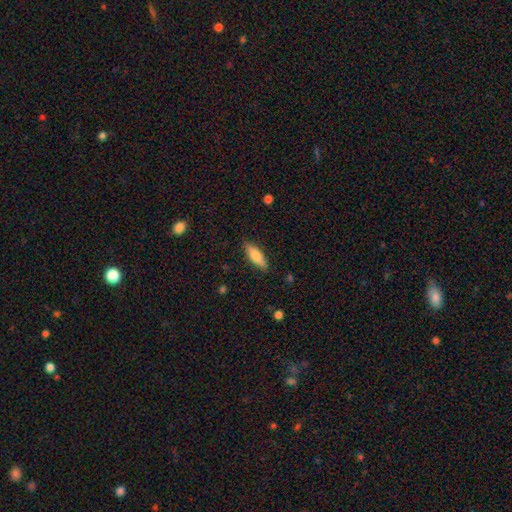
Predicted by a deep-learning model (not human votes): Q: Smooth or featured?
A: smooth (76%); runner-up: featured or disk (18%)
Q: How rounded?
A: in between (53%); runner-up: cigar-shaped (45%)
Q: Merging?
A: none (87%); runner-up: minor disturbance (10%)